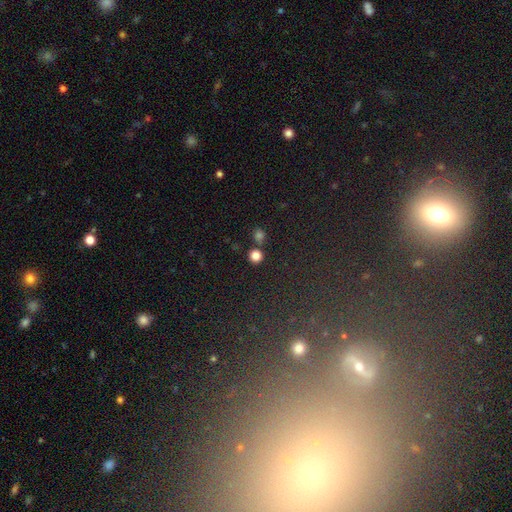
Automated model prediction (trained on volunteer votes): smooth-or-featured: smooth: 81% | star or artifact: 14% | featured or disk: 5%
  how-rounded: round: 91% | in between: 8% | cigar-shaped: 1%
  merging: none: 72% | merger: 18% | minor disturbance: 7% | major disturbance: 3%